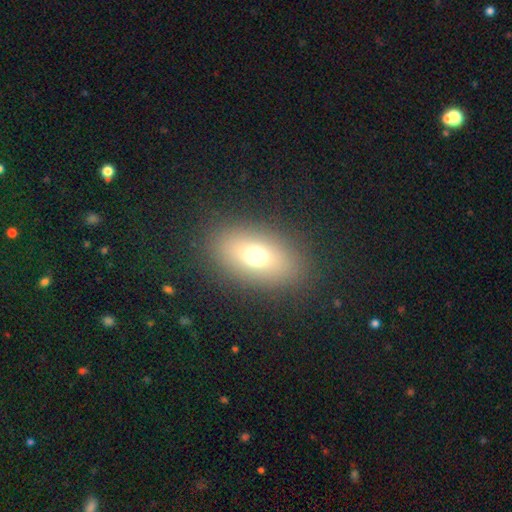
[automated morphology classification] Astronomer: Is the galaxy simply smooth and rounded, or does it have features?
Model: smooth — 70%.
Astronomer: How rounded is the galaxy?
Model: in between — 82%.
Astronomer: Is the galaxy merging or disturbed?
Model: none — 87%.